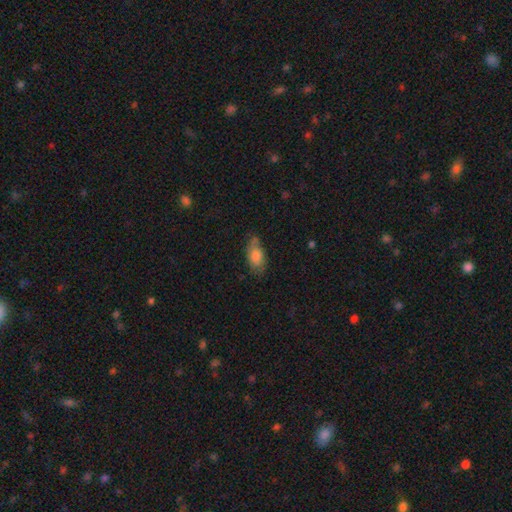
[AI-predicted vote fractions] The model was most divided on "merging": none: 63%, minor disturbance: 27%, major disturbance: 7%, merger: 4%. More confident: how rounded — in between (89%); smooth or featured — smooth (75%).